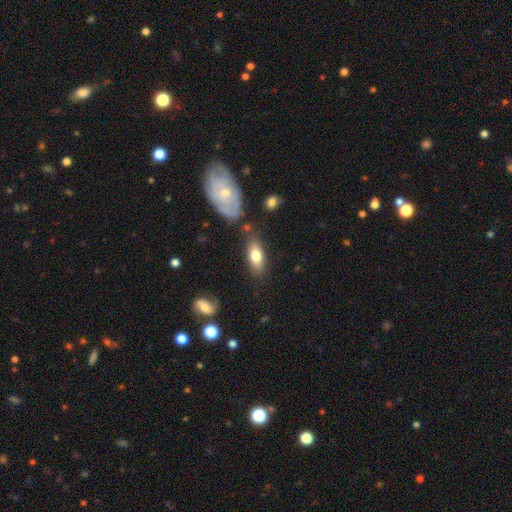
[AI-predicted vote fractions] Q: Smooth or featured?
A: smooth (74%); runner-up: featured or disk (19%)
Q: How rounded?
A: in between (82%); runner-up: cigar-shaped (14%)
Q: Merging?
A: none (73%); runner-up: minor disturbance (16%)